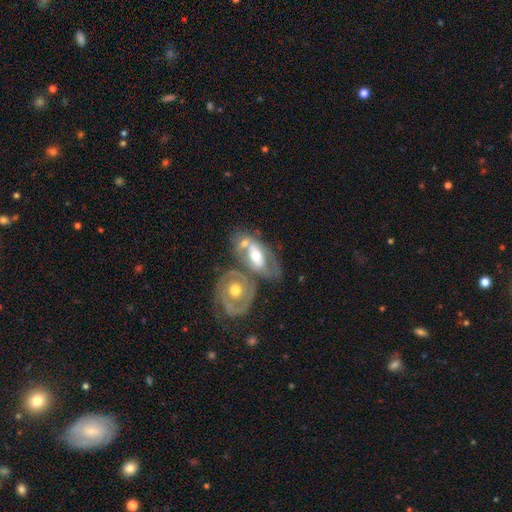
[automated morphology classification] This appears to be a featured or disk galaxy (68%) with no bar (62%), spiral arms (52%) and a moderate central bulge (72%). Merging: merger (45%).